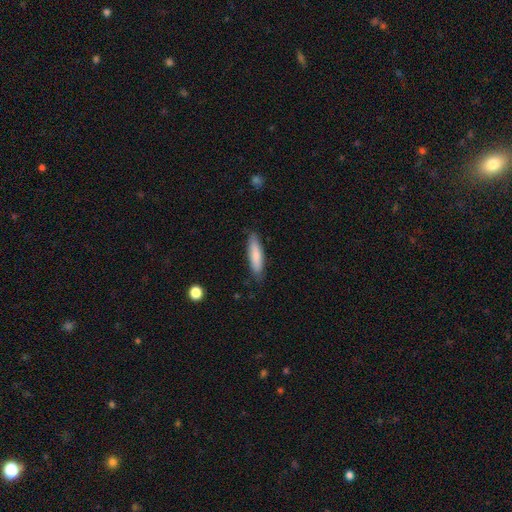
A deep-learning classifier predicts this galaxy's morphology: This appears to be a smooth galaxy with no disk features (81%) that is cigar-shaped (71%). Merging: none (83%).